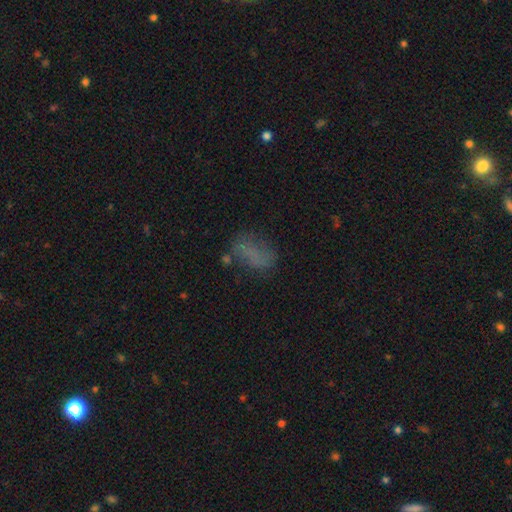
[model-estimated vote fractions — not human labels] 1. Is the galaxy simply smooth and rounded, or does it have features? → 58% smooth, 26% featured or disk, 16% star or artifact.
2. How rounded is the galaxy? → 84% in between, 9% round, 7% cigar-shaped.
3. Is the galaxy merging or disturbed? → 54% none, 23% minor disturbance, 17% major disturbance, 6% merger.